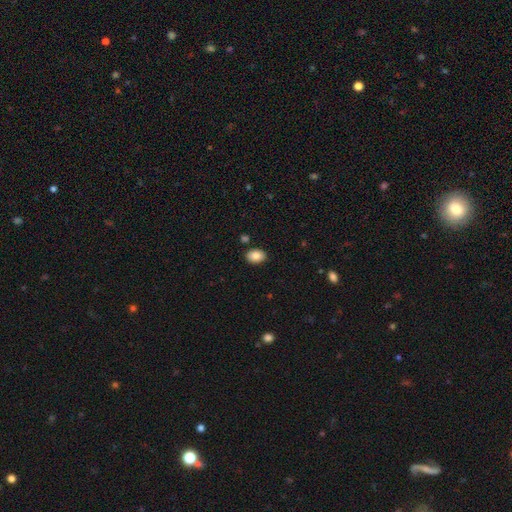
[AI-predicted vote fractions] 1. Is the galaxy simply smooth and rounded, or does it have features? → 86% smooth, 8% star or artifact, 7% featured or disk.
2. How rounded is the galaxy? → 80% in between, 19% round, 1% cigar-shaped.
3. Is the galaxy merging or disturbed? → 86% none, 9% minor disturbance, 3% merger, 2% major disturbance.